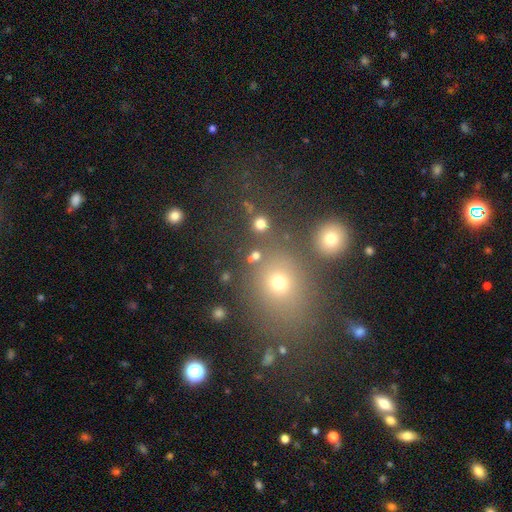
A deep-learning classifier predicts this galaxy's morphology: A smooth galaxy with no disk features (73%) that is round (85%).

Vote fractions:
- Smooth or featured? smooth: 73% / star or artifact: 20% / featured or disk: 7%
- How rounded? round: 85% / in between: 14% / cigar-shaped: 2%
- Merging? none: 77% / merger: 11% / minor disturbance: 8% / major disturbance: 5%